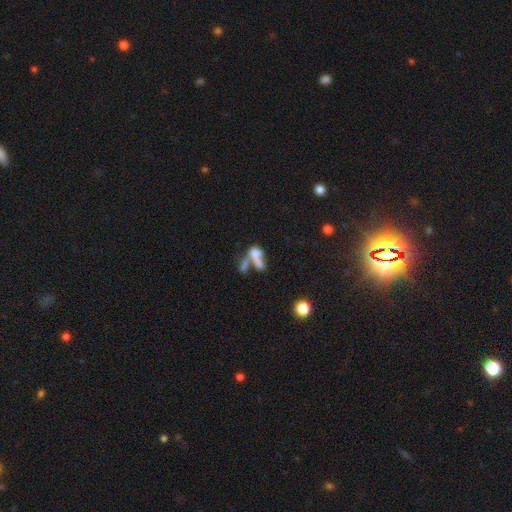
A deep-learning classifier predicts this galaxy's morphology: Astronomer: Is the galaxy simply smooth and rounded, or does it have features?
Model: smooth — 57%.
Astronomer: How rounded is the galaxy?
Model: in between — 69%.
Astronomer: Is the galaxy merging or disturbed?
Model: merger — 61%.